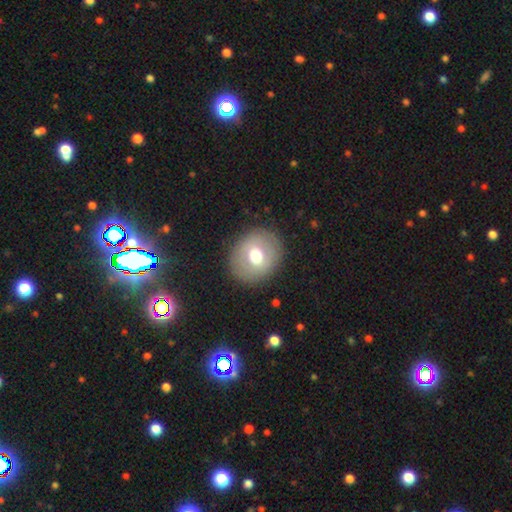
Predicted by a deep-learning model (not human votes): Q: Smooth or featured?
A: smooth (62%); runner-up: featured or disk (29%)
Q: How rounded?
A: round (73%); runner-up: in between (26%)
Q: Merging?
A: none (87%); runner-up: minor disturbance (8%)